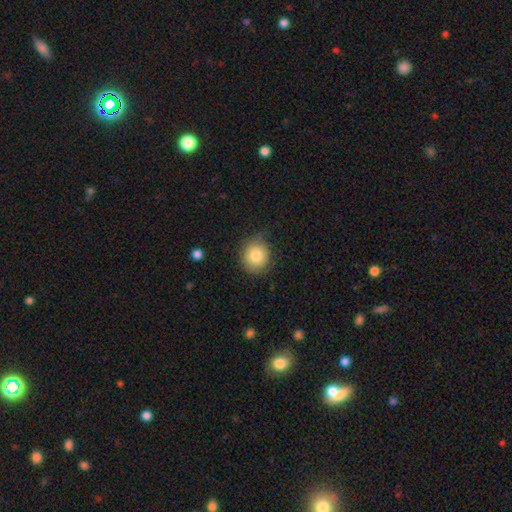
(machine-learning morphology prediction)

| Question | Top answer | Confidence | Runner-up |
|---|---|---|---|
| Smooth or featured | smooth | 82% | star or artifact (9%) |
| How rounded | round | 84% | in between (15%) |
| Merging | none | 73% | minor disturbance (21%) |